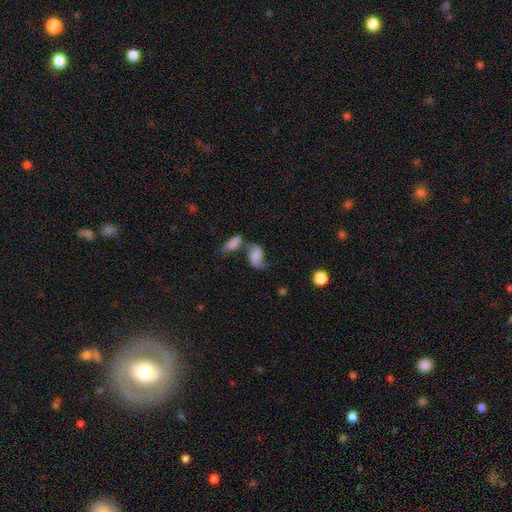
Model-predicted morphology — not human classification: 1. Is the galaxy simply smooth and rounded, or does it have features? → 57% smooth, 32% featured or disk, 11% star or artifact.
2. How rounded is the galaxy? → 87% in between, 9% round, 4% cigar-shaped.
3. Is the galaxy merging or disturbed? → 44% merger, 27% none, 16% minor disturbance, 13% major disturbance.